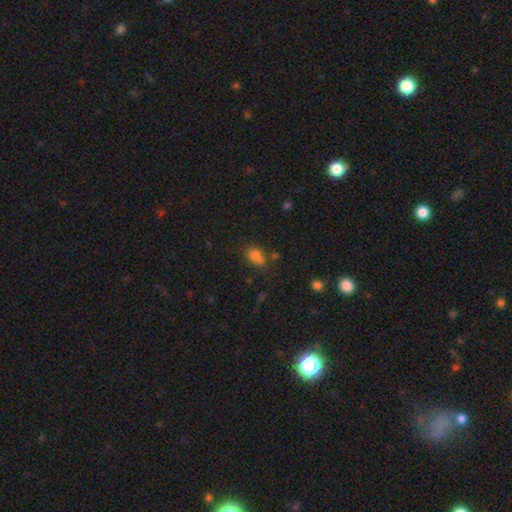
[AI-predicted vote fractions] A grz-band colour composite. It shows a smooth galaxy with no disk features (77%) that is in between round and cigar-shaped (75%). Merging: none (50%).